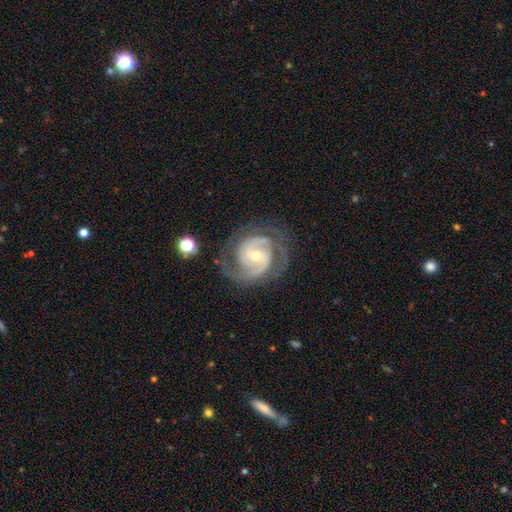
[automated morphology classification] Smooth or featured?
  - featured or disk: 91% *
  - star or artifact: 4%
  - smooth: 4%
Edge-on disk?
  - no: 98% *
  - yes: 2%
Bar?
  - weak: 46% *
  - no: 36%
  - strong: 18%
Spiral arms?
  - yes: 98% *
  - no: 2%
Spiral winding?
  - tight: 50% *
  - medium: 43%
  - loose: 6%
Spiral arm count?
  - 2: 70% *
  - 3: 15%
  - can't tell: 8%
  - 4: 3%
  - 1: 2%
  - more than 4: 2%
Bulge size?
  - small: 54% *
  - moderate: 42%
  - large: 2%
  - none: 1%
  - dominant: 1%
Merging?
  - none: 74% *
  - minor disturbance: 16%
  - major disturbance: 8%
  - merger: 1%